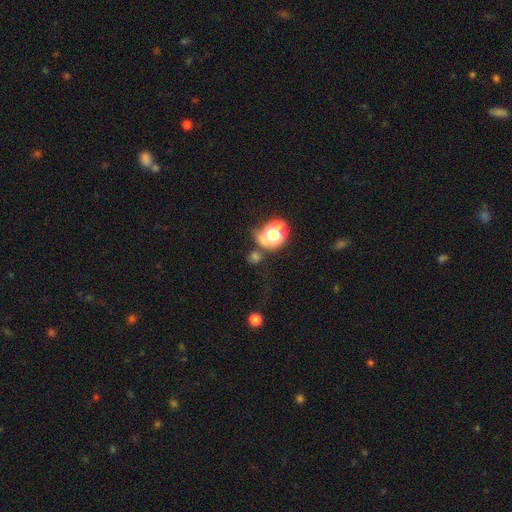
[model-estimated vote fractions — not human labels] A star or artifact, not a galaxy (48%).

Vote fractions:
- Smooth or featured? star or artifact: 48% / smooth: 38% / featured or disk: 14%